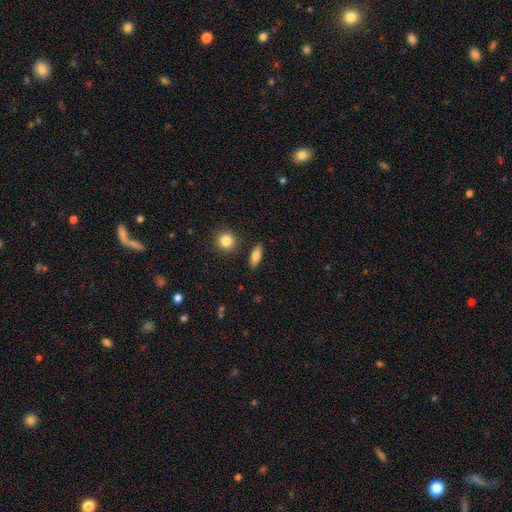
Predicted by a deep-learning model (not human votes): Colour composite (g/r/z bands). It shows a smooth galaxy with no disk features (76%) that is in between round and cigar-shaped (70%). Merging: none (85%).